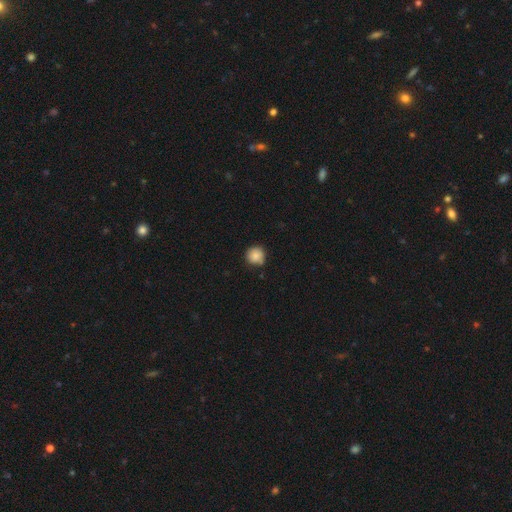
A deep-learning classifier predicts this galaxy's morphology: A smooth galaxy with no disk features (85%) that is round (93%).

Vote fractions:
- Smooth or featured? smooth: 85% / star or artifact: 9% / featured or disk: 6%
- How rounded? round: 93% / in between: 6% / cigar-shaped: 1%
- Merging? none: 78% / minor disturbance: 17% / merger: 3% / major disturbance: 3%